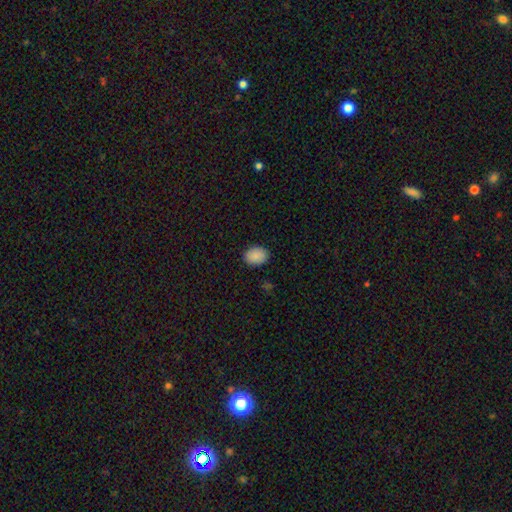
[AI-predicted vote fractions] The model was most divided on "how rounded": in between: 66%, round: 33%, cigar-shaped: 1%. More confident: merging — none (90%); smooth or featured — smooth (89%).